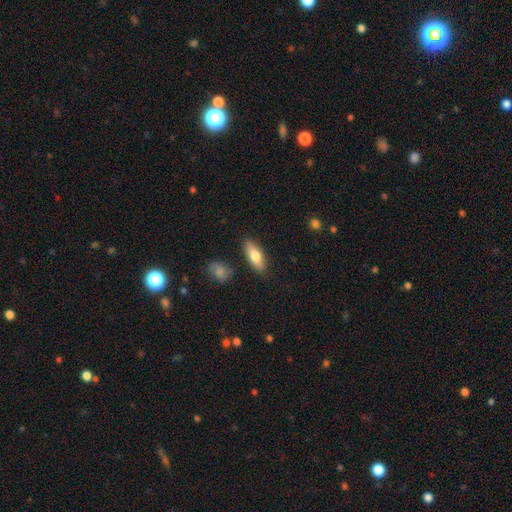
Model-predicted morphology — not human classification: Smooth or featured: smooth — 71% (featured or disk — 23%)
How rounded: in between — 62% (cigar-shaped — 35%)
Merging: none — 85% (minor disturbance — 10%)